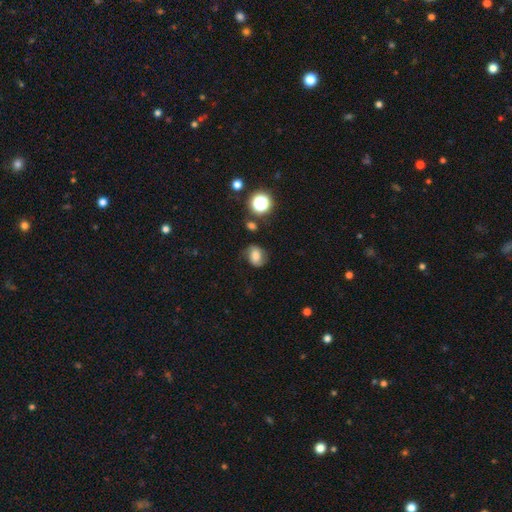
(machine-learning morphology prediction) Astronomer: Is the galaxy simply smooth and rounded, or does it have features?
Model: smooth — 59%.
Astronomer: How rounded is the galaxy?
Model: in between — 56% (runner-up: round, 43%).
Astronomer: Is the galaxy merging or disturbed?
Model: none — 66%.